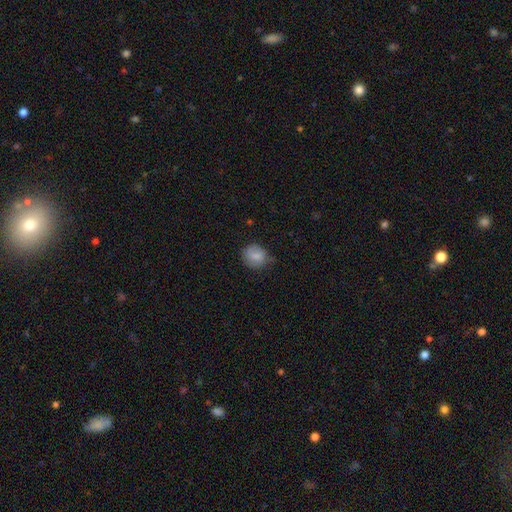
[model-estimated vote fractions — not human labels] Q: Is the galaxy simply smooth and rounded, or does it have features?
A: smooth — 81%.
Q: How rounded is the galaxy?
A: round — 75%.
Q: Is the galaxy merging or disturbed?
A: none — 65%.